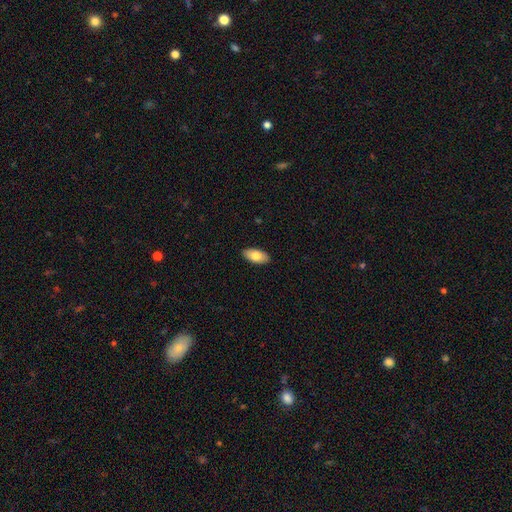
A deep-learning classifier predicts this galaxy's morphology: smooth_or_featured: smooth (p=0.79) [alt: featured or disk p=0.15]
how_rounded: in between (p=0.93) [alt: cigar-shaped p=0.04]
merging: none (p=0.90) [alt: minor disturbance p=0.07]